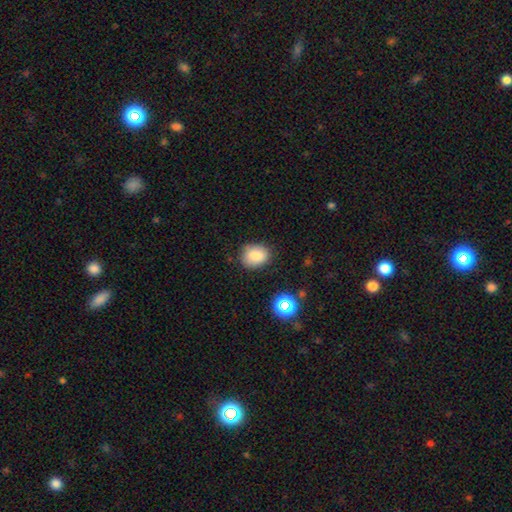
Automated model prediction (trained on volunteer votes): A smooth galaxy with no disk features (84%) that is round (52%). Merging: none (79%).